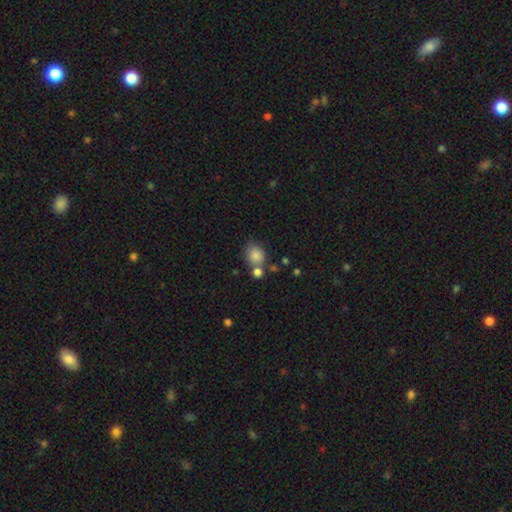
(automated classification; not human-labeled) Overall: smooth (84%). How rounded: round (71%). Merging: none (57%; merger 24%).